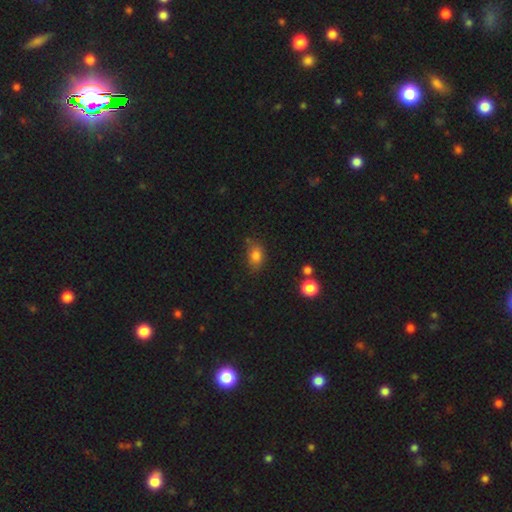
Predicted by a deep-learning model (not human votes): Overall: smooth (81%). How rounded: in between (80%). Merging: none (67%).